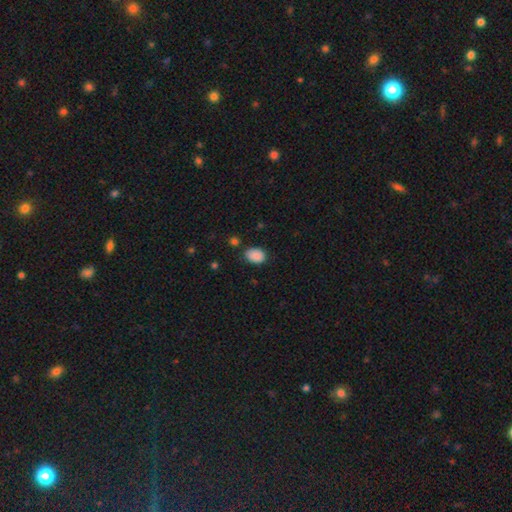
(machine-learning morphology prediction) This is clearly a smooth galaxy (88%). How rounded: likely in between (79%). Merging: likely none (76%).